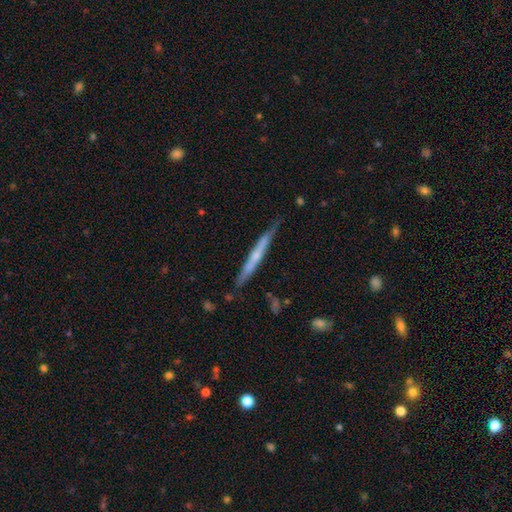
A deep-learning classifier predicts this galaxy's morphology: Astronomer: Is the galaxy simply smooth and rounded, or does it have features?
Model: featured or disk — 56% (runner-up: smooth, 38%).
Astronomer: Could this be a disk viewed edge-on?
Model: yes — 95%.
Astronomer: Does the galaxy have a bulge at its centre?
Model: none — 62%.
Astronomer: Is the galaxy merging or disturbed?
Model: none — 80%.